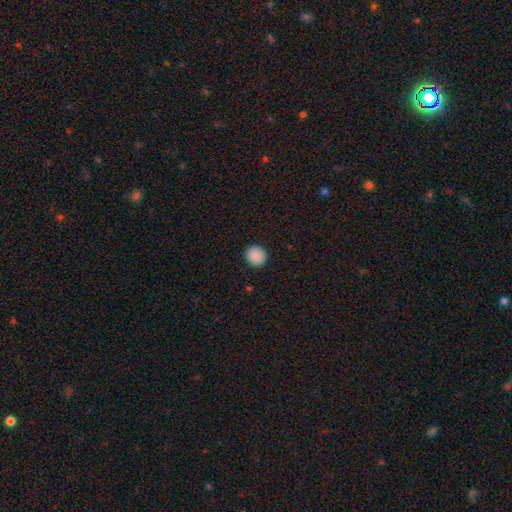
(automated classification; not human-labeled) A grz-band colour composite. It shows a smooth galaxy with no disk features (90%) that is round (90%). Merging: none (92%).